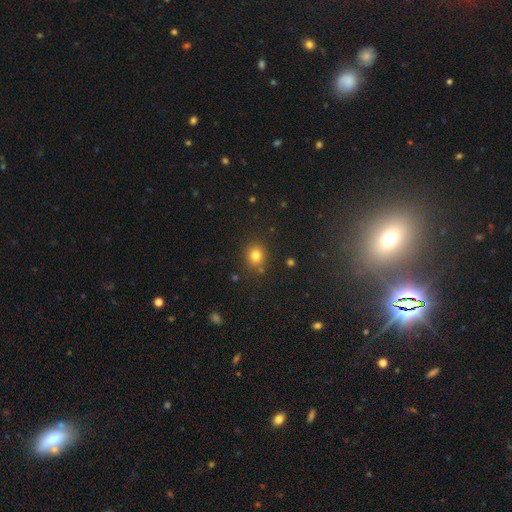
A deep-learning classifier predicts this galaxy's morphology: A smooth galaxy with no disk features (80%) that is round (77%).

Vote fractions:
- Smooth or featured? smooth: 80% / star or artifact: 14% / featured or disk: 6%
- How rounded? round: 77% / in between: 22% / cigar-shaped: 1%
- Merging? none: 84% / minor disturbance: 9% / merger: 4% / major disturbance: 3%